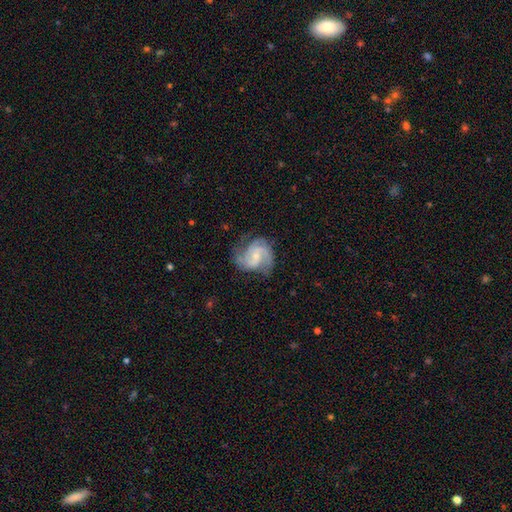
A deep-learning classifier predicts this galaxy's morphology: Smooth or featured: featured or disk — 85% (smooth — 10%)
Edge-on disk: no — 98% (yes — 2%)
Bar: no — 49% (weak — 42%)
Spiral arms: yes — 97% (no — 3%)
Spiral winding: medium — 51% (tight — 33%)
Spiral arm count: 2 — 57% (3 — 23%)
Bulge size: small — 61% (moderate — 33%)
Merging: none — 67% (minor disturbance — 21%)